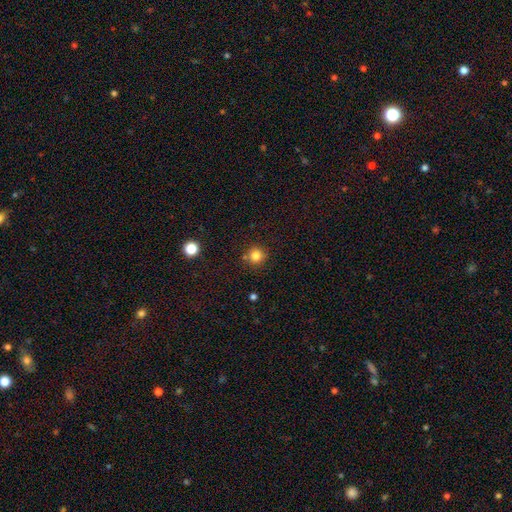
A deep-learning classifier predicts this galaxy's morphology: Smooth or featured: smooth — 82% (star or artifact — 13%)
How rounded: round — 93% (in between — 6%)
Merging: none — 83% (minor disturbance — 9%)